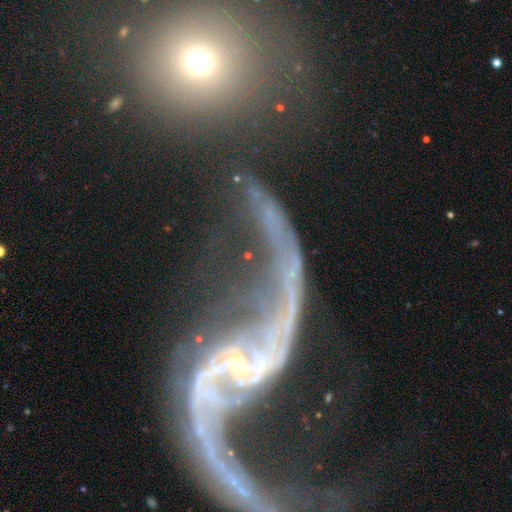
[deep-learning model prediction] smooth_or_featured: featured or disk (p=0.89) [alt: star or artifact p=0.07]
disk_edge_on: no (p=0.96) [alt: yes p=0.04]
bar: no (p=0.44) [alt: weak p=0.33]
has_spiral_arms: yes (p=0.95) [alt: no p=0.05]
spiral_winding: loose (p=0.91) [alt: medium p=0.06]
spiral_arm_count: 2 (p=0.92) [alt: 1 p=0.02]
bulge_size: small (p=0.82) [alt: moderate p=0.10]
merging: none (p=0.40) [alt: major disturbance p=0.27]